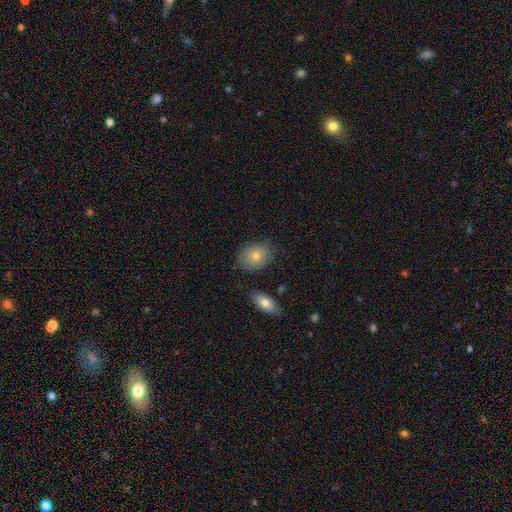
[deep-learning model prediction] smooth 71%, featured or disk 19%, star or artifact 10%. Down the decision tree: how rounded — in between (57%); merging — none (78%).